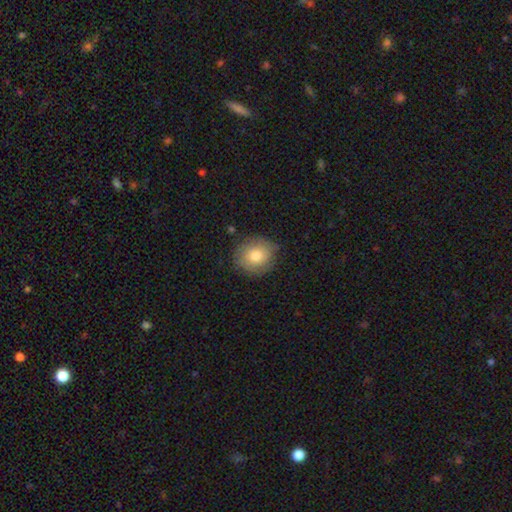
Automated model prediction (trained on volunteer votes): Q: Smooth or featured?
A: smooth (79%); runner-up: featured or disk (13%)
Q: How rounded?
A: round (84%); runner-up: in between (15%)
Q: Merging?
A: none (83%); runner-up: minor disturbance (13%)